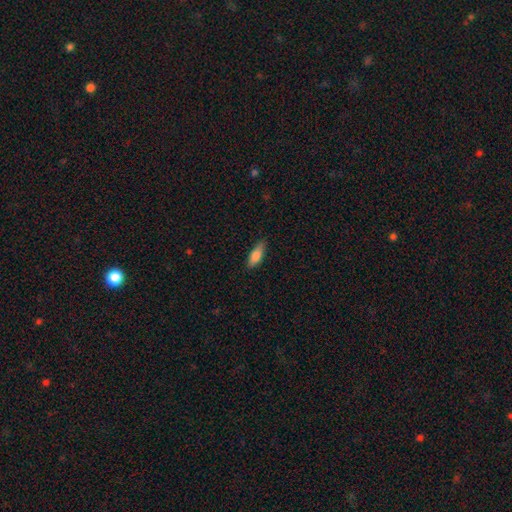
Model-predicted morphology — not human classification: smooth_or_featured: smooth (p=0.84) [alt: featured or disk p=0.10]
how_rounded: in between (p=0.65) [alt: cigar-shaped p=0.33]
merging: none (p=0.77) [alt: minor disturbance p=0.18]